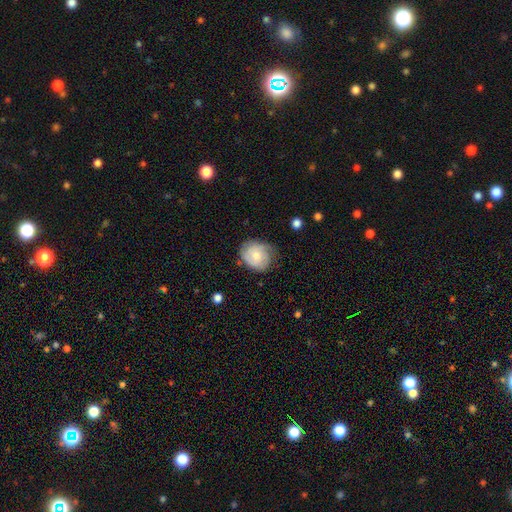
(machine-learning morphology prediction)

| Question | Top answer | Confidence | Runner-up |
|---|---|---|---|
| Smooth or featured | smooth | 59% | featured or disk (34%) |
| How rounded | round | 69% | in between (30%) |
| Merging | none | 63% | minor disturbance (29%) |